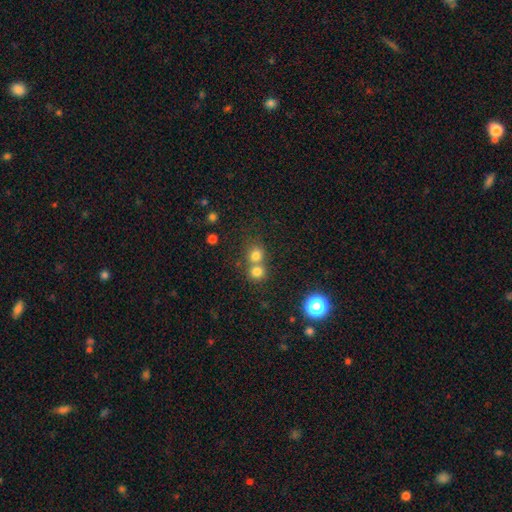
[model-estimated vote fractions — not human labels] smooth-or-featured: smooth: 77% | star or artifact: 15% | featured or disk: 8%
  how-rounded: round: 86% | in between: 13% | cigar-shaped: 1%
  merging: none: 46% (tied) | merger: 46% (tied) | minor disturbance: 6% | major disturbance: 3%